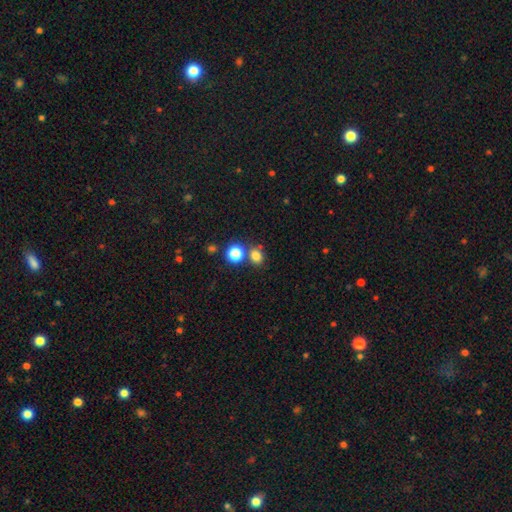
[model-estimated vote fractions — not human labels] A smooth galaxy with no disk features (78%) that is round (65%).

Vote fractions:
- Smooth or featured? smooth: 78% / star or artifact: 17% / featured or disk: 6%
- How rounded? round: 65% / in between: 34% / cigar-shaped: 1%
- Merging? none: 69% / merger: 19% / minor disturbance: 9% / major disturbance: 3%